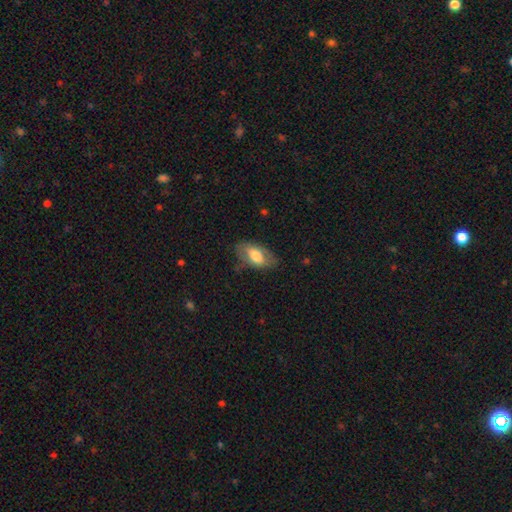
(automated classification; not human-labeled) Morphology: type=smooth (61%); roundness=in between (92%); merging=none (65%).